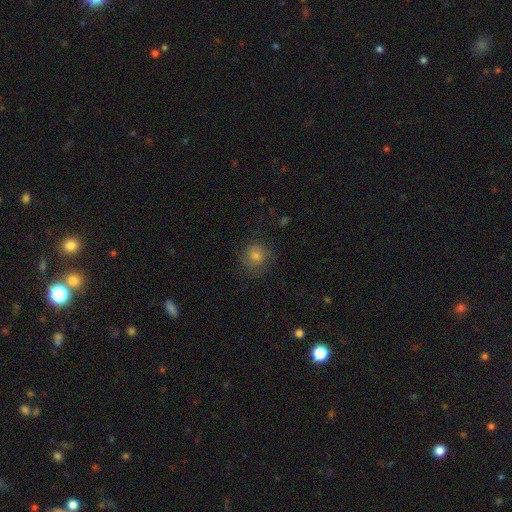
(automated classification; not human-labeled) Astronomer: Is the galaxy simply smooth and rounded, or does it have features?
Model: smooth — 72%.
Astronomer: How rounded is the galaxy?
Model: round — 87%.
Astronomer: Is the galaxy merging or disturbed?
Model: none — 76%.